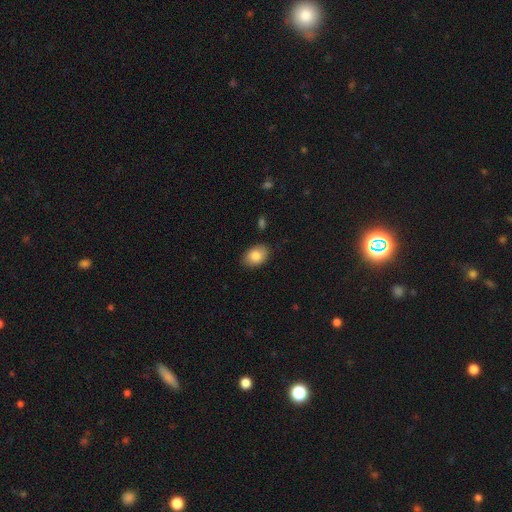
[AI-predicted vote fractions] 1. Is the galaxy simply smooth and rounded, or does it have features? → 85% smooth, 8% featured or disk, 7% star or artifact.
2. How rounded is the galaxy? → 82% in between, 16% round, 1% cigar-shaped.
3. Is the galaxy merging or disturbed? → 84% none, 12% minor disturbance, 2% major disturbance, 1% merger.